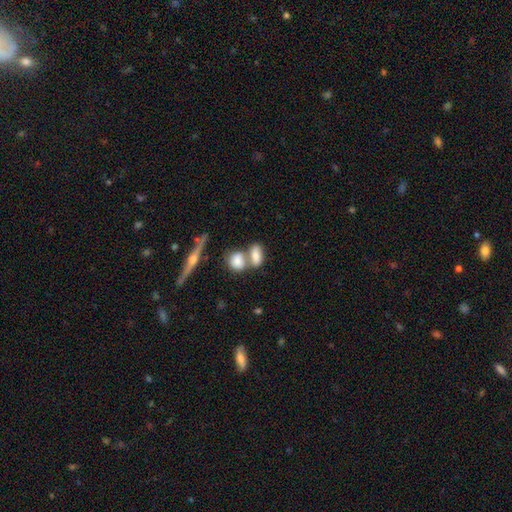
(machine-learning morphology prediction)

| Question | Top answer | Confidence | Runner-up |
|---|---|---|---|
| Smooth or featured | smooth | 73% | featured or disk (19%) |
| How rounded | in between | 83% | round (9%) |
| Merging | merger | 48% | none (38%) |